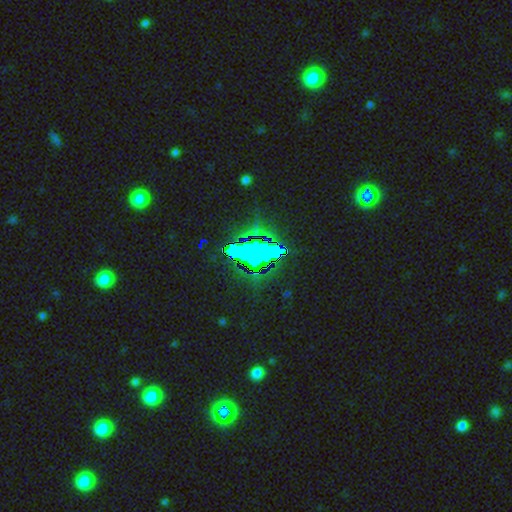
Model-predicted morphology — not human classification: smooth-or-featured: star or artifact: 65% | smooth: 23% | featured or disk: 12%